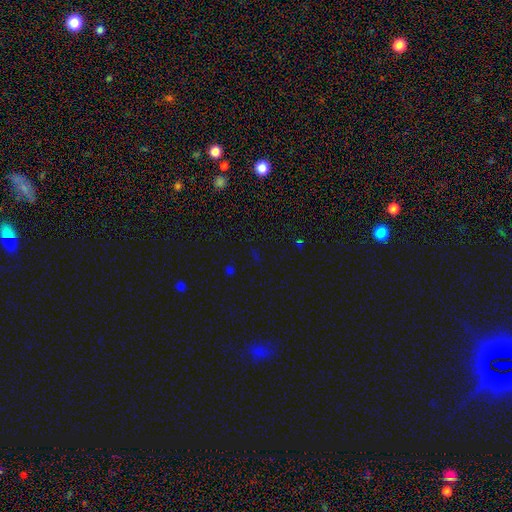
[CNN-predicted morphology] This appears to be a star or artifact, not a galaxy (69%).